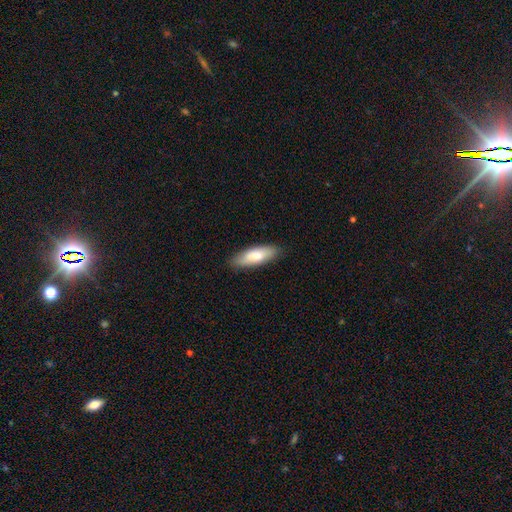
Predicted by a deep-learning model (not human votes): Smooth or featured? Predicted: smooth (p=0.79). How rounded? Predicted: in between (p=0.58). Merging? Predicted: none (p=0.86).